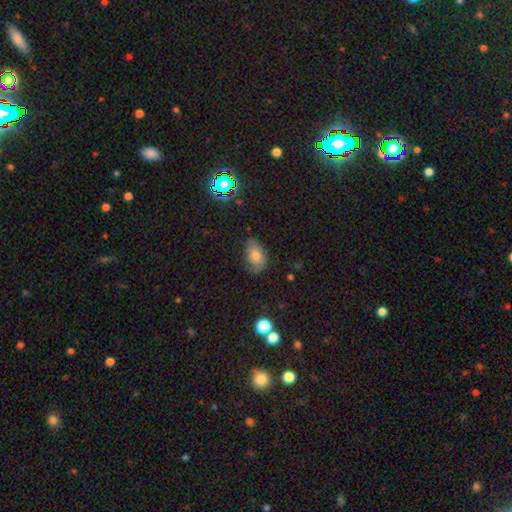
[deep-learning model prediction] Q: Smooth or featured?
A: smooth (61%); runner-up: featured or disk (26%)
Q: How rounded?
A: in between (87%); runner-up: round (11%)
Q: Merging?
A: none (71%); runner-up: minor disturbance (22%)